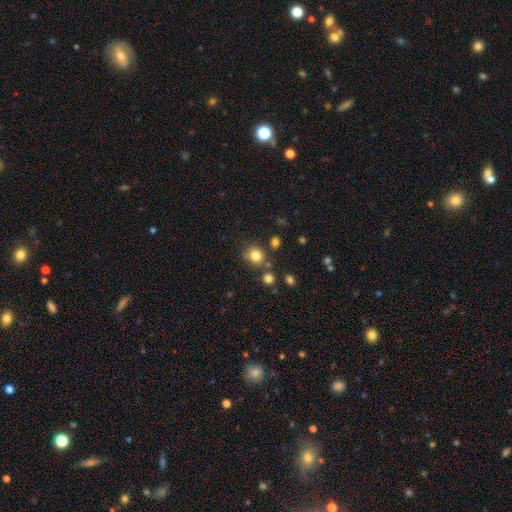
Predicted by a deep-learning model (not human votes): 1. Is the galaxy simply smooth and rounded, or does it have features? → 82% smooth, 13% star or artifact, 6% featured or disk.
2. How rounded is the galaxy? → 80% round, 19% in between, 1% cigar-shaped.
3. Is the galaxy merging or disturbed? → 76% none, 11% minor disturbance, 9% merger, 4% major disturbance.